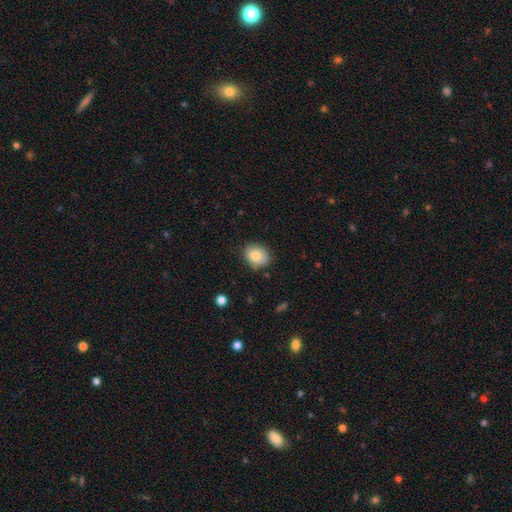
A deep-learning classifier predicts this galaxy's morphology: This appears to be a smooth galaxy with no disk features (82%) that is round (60%). Merging: none (79%).